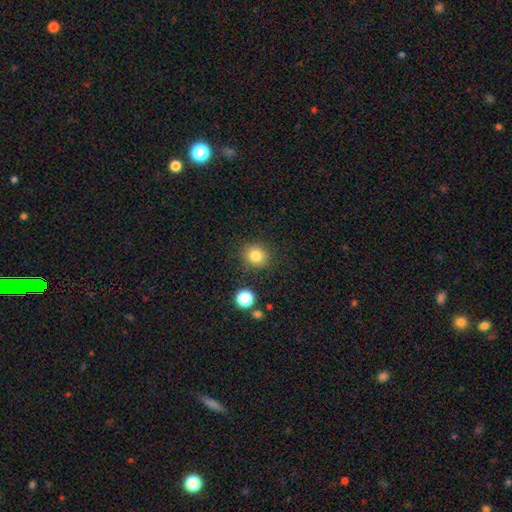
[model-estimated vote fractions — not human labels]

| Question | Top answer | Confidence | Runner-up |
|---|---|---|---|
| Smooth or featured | smooth | 82% | star or artifact (12%) |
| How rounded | round | 84% | in between (15%) |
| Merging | none | 87% | minor disturbance (8%) |